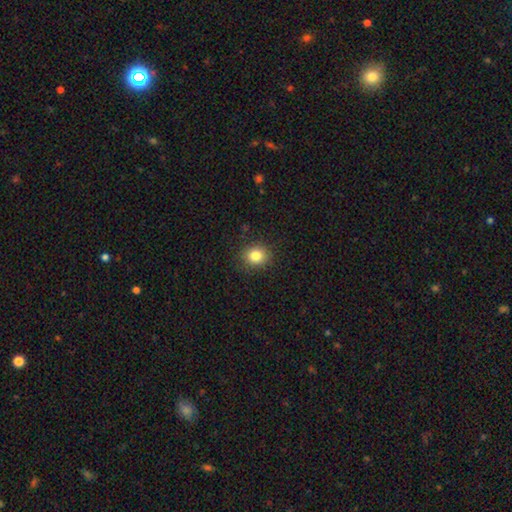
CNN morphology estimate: Smooth or featured? smooth (83%)
How rounded? round (74%)
Merging? none (88%)